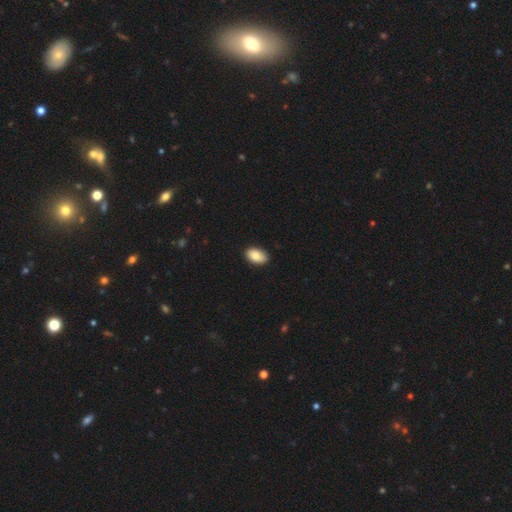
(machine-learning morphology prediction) smooth_or_featured: smooth (p=0.85) [alt: featured or disk p=0.08]
how_rounded: in between (p=0.93) [alt: round p=0.06]
merging: none (p=0.90) [alt: minor disturbance p=0.08]